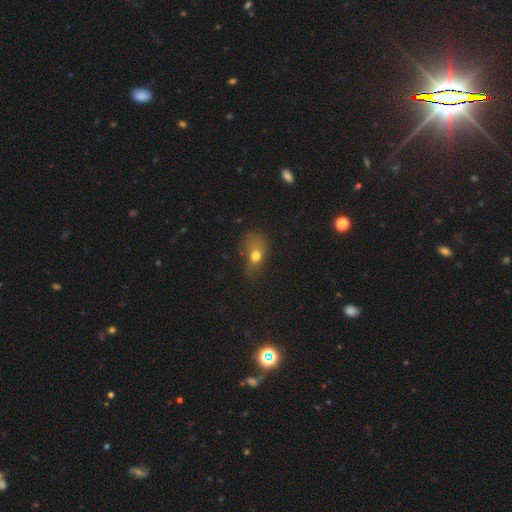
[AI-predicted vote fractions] Smooth or featured?
  - smooth: 67% *
  - featured or disk: 18%
  - star or artifact: 15%
How rounded?
  - in between: 65% *
  - round: 31%
  - cigar-shaped: 4%
Merging?
  - none: 36% *
  - minor disturbance: 31%
  - major disturbance: 29%
  - merger: 5%